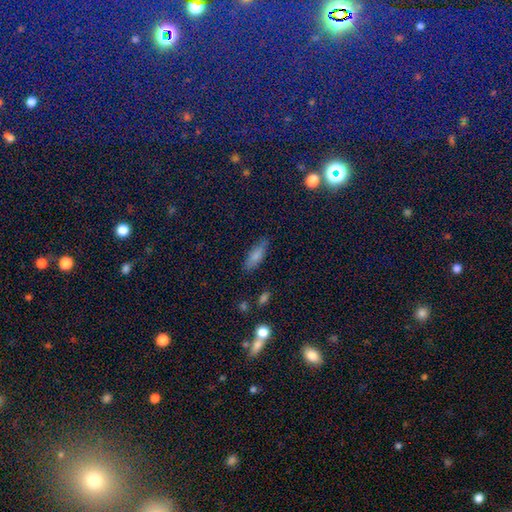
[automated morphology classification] Smooth or featured? Predicted: smooth (p=0.78). How rounded? Predicted: in between (p=0.66). Merging? Predicted: none (p=0.80).